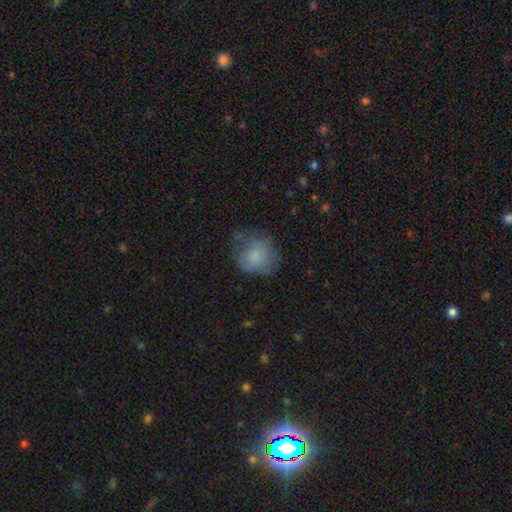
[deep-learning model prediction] The model was most divided on "merging": none: 55%, minor disturbance: 28%, major disturbance: 15%, merger: 2%. More confident: how rounded — round (81%); smooth or featured — smooth (75%).